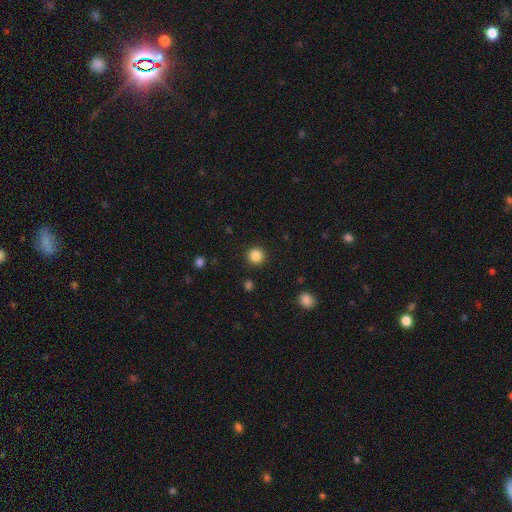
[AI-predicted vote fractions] Morphology: type=smooth (85%); roundness=round (94%); merging=none (92%).